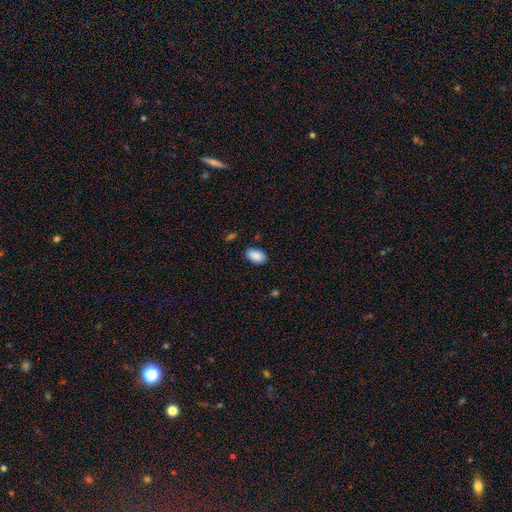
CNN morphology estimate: smooth_or_featured: smooth (p=0.90) [alt: star or artifact p=0.07]
how_rounded: in between (p=0.94) [alt: round p=0.05]
merging: none (p=0.86) [alt: minor disturbance p=0.10]